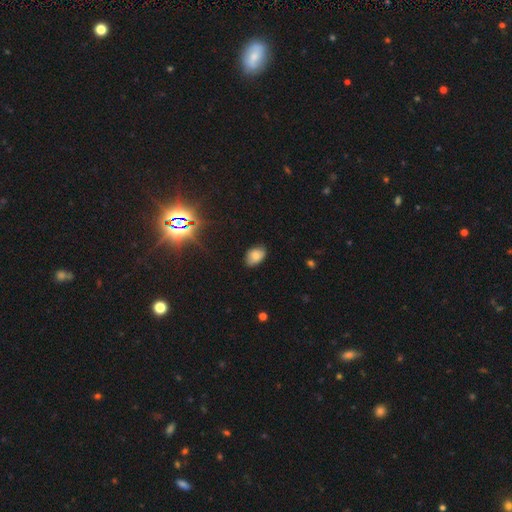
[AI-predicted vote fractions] smooth_or_featured: smooth (p=0.78) [alt: star or artifact p=0.12]
how_rounded: in between (p=0.87) [alt: round p=0.11]
merging: none (p=0.78) [alt: minor disturbance p=0.18]